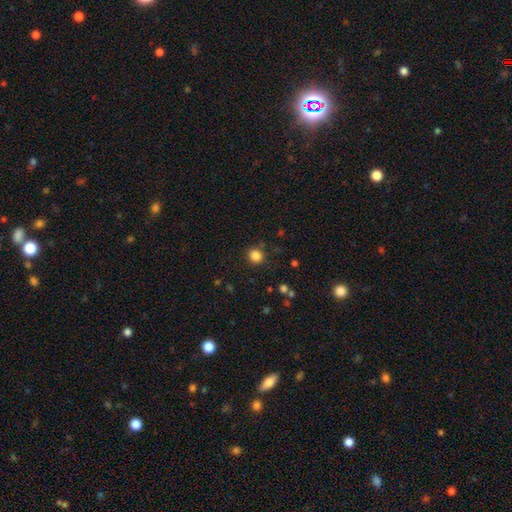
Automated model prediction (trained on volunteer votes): Smooth or featured: smooth — 84% (star or artifact — 12%)
How rounded: round — 91% (in between — 8%)
Merging: none — 87% (minor disturbance — 8%)